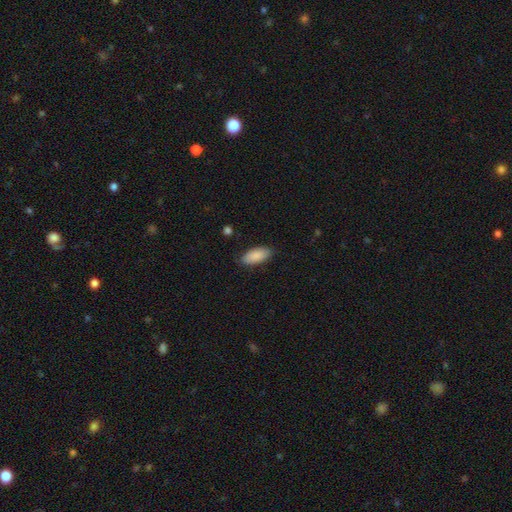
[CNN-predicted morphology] smooth-or-featured: smooth: 89% | star or artifact: 6% | featured or disk: 5%
  how-rounded: in between: 88% | cigar-shaped: 10% | round: 2%
  merging: none: 86% | minor disturbance: 11% | major disturbance: 2% | merger: 1%